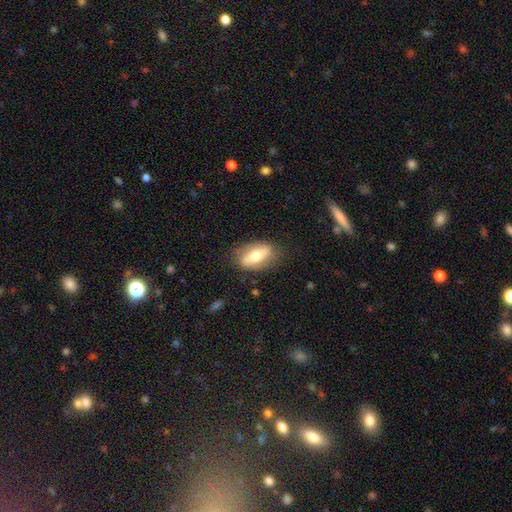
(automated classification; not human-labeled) This appears to be a smooth galaxy with no disk features (49%). Merging: none (78%).